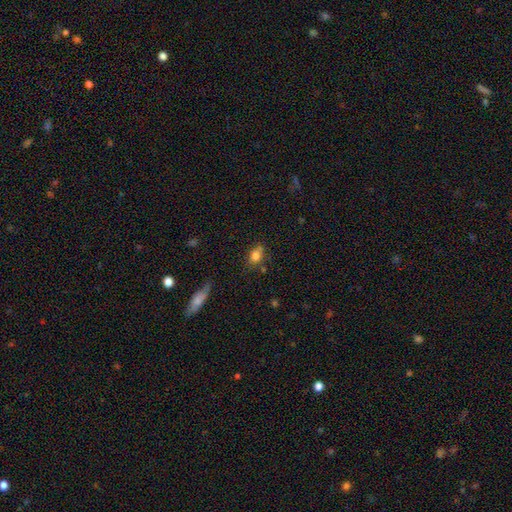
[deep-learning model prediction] Overall: smooth (78%). How rounded: in between (52%; round 45%). Merging: none (59%; minor disturbance 20%).